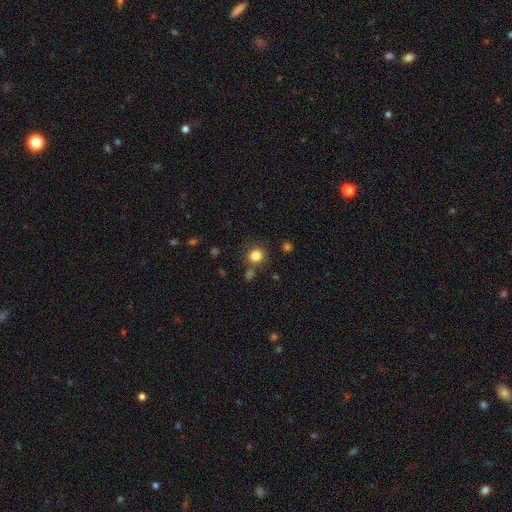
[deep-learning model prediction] smooth 83%, star or artifact 12%, featured or disk 5%. Down the decision tree: how rounded — round (87%); merging — none (76%).